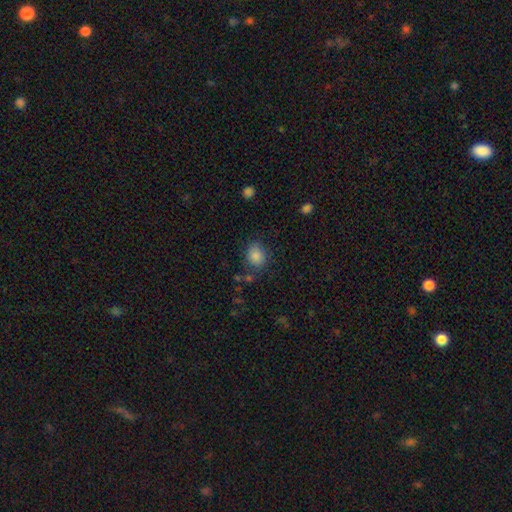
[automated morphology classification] smooth 84%, star or artifact 10%, featured or disk 6%. Down the decision tree: how rounded — in between (52%); merging — none (75%).